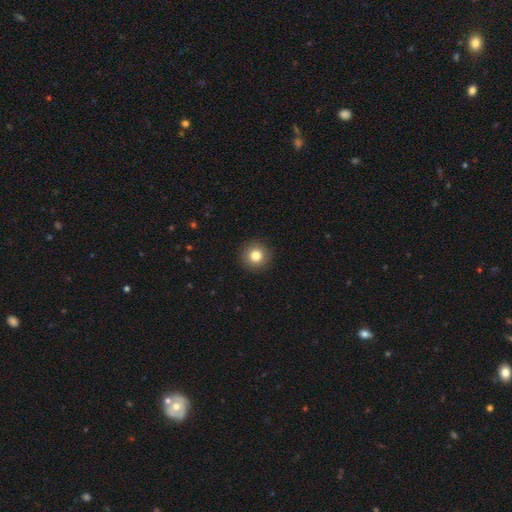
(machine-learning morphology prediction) smooth_or_featured: smooth (p=0.82) [alt: star or artifact p=0.11]
how_rounded: round (p=0.95) [alt: in between p=0.04]
merging: none (p=0.93) [alt: minor disturbance p=0.05]